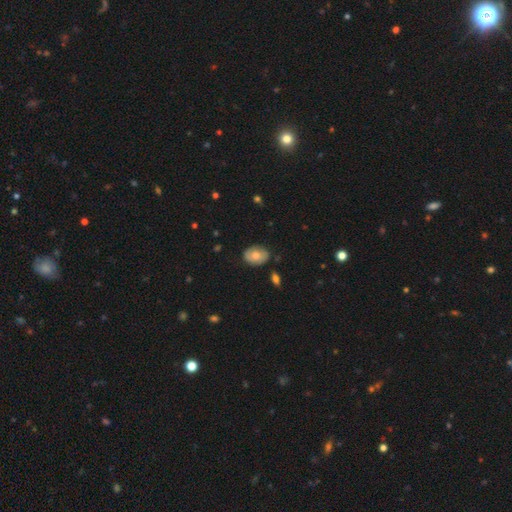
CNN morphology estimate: The model was most divided on "smooth or featured": smooth: 63%, featured or disk: 29%, star or artifact: 7%. More confident: merging — none (80%); how rounded — in between (74%).